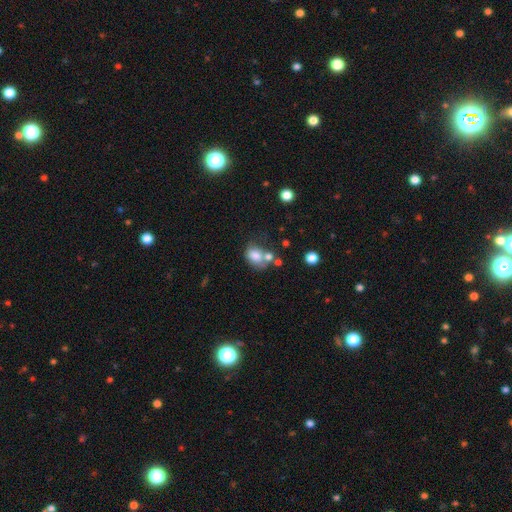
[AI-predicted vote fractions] Smooth or featured? smooth (76%)
How rounded? in between (60%)
Merging? none (37%)